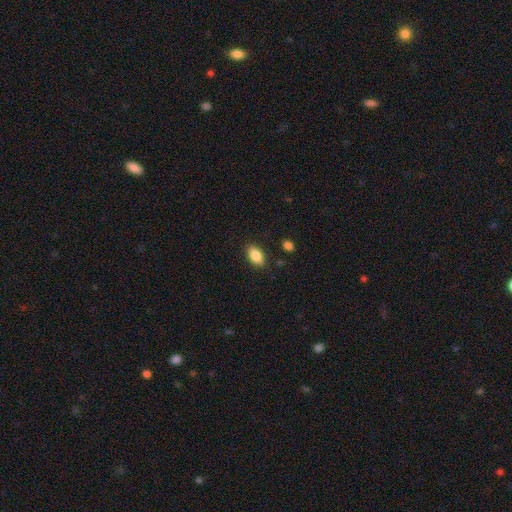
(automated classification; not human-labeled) A smooth galaxy with no disk features (87%) that is in between round and cigar-shaped (92%). Merging: none (87%).